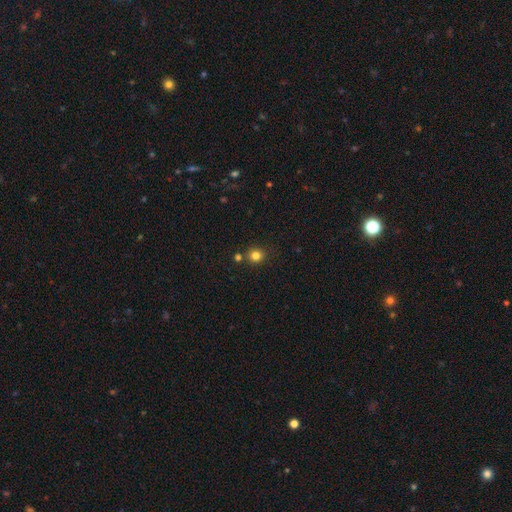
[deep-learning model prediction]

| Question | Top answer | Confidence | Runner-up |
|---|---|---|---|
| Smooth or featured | smooth | 81% | star or artifact (14%) |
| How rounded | round | 90% | in between (9%) |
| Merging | none | 80% | merger (9%) |